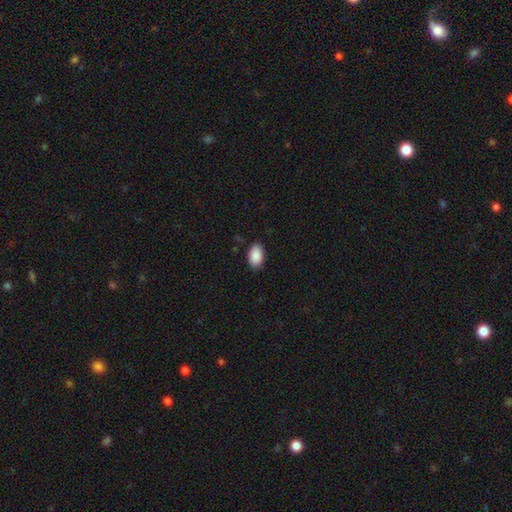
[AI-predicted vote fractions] Overall: smooth (90%). How rounded: in between (93%). Merging: none (86%).